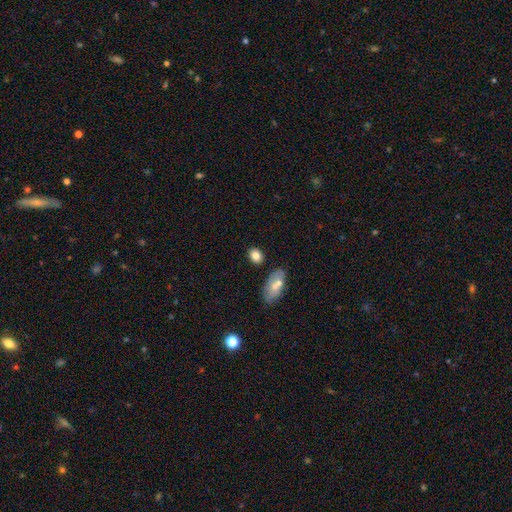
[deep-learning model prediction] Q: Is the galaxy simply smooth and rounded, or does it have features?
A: smooth — 82%.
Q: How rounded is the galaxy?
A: in between — 63%.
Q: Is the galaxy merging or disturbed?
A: none — 79%.